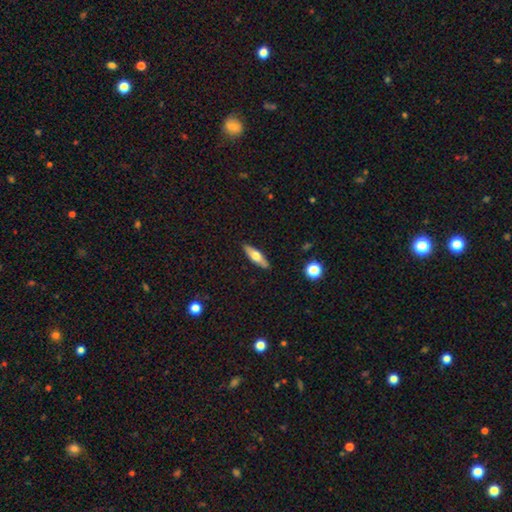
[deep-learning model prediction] Q: Smooth or featured?
A: smooth (53%); runner-up: featured or disk (41%)
Q: How rounded?
A: cigar-shaped (51%); runner-up: in between (46%)
Q: Merging?
A: none (89%); runner-up: minor disturbance (8%)